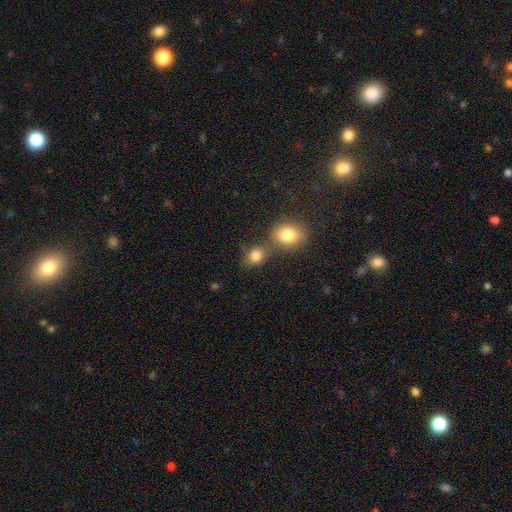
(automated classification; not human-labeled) Smooth or featured: smooth — 82% (star or artifact — 11%)
How rounded: round — 54% (in between — 45%)
Merging: none — 50% (merger — 36%)